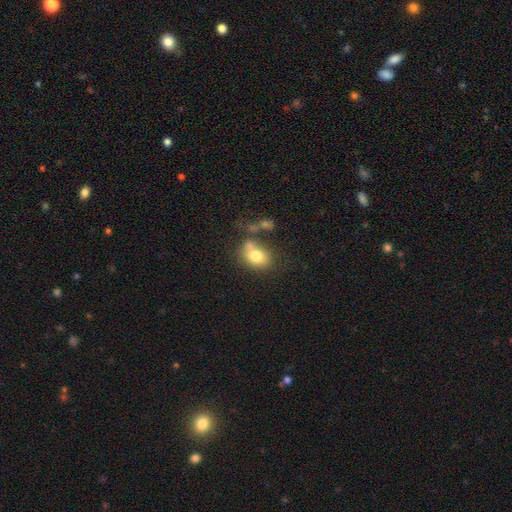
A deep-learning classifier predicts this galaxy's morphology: A smooth galaxy with no disk features (75%) that is in between round and cigar-shaped (56%).

Vote fractions:
- Smooth or featured? smooth: 75% / featured or disk: 15% / star or artifact: 10%
- How rounded? in between: 56% / round: 42% / cigar-shaped: 1%
- Merging? none: 45% / merger: 26% / minor disturbance: 19% / major disturbance: 11%